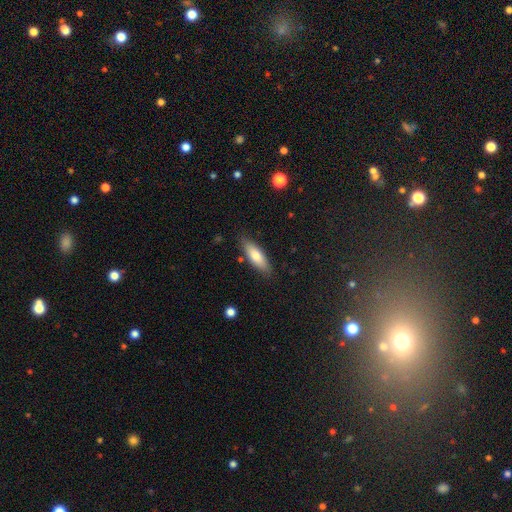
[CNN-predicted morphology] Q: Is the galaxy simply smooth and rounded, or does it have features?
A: smooth — 73%.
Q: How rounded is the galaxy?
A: in between — 53%.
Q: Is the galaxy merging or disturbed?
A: none — 84%.